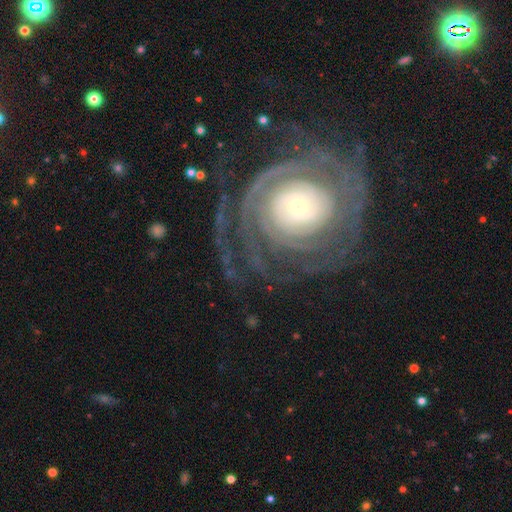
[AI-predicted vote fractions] Smooth or featured? Predicted: featured or disk (p=0.82). Edge-on disk? Predicted: no (p=0.96). Bar? Predicted: no (p=0.78). Spiral arms? Predicted: yes (p=0.89). Spiral winding? Predicted: tight (p=0.77). Spiral arm count? Predicted: can't tell (p=0.40). Bulge size? Predicted: small (p=0.47). Merging? Predicted: none (p=0.74).